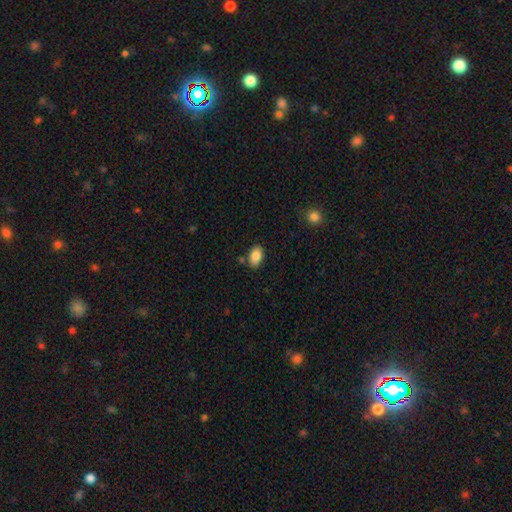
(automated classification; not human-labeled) A smooth galaxy with no disk features (86%) that is in between round and cigar-shaped (90%).

Vote fractions:
- Smooth or featured? smooth: 86% / star or artifact: 7% / featured or disk: 7%
- How rounded? in between: 90% / round: 8% / cigar-shaped: 1%
- Merging? none: 81% / minor disturbance: 12% / merger: 5% / major disturbance: 2%